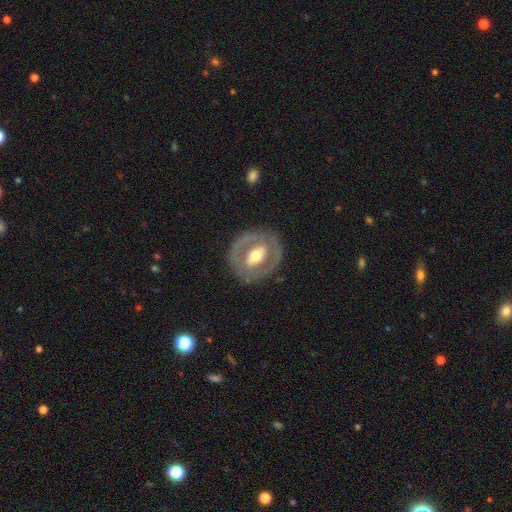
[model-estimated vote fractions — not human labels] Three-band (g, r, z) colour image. It shows a featured or disk galaxy (67%) with a strong bar (36%), no spiral arms (70%) and a moderate central bulge (68%). Merging: none (80%).